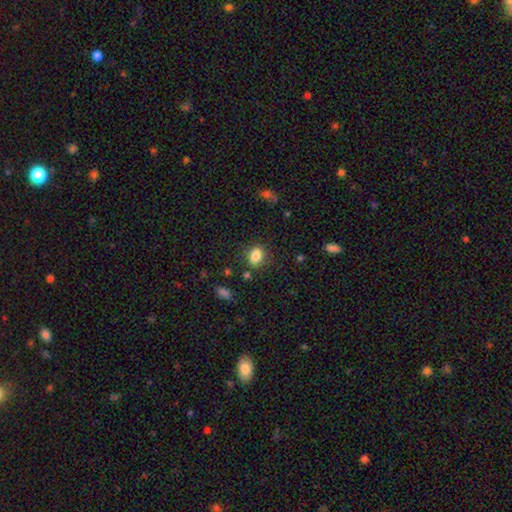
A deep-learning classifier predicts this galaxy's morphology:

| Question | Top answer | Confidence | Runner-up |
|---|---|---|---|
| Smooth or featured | smooth | 83% | star or artifact (10%) |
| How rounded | in between | 76% | round (22%) |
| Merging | none | 80% | minor disturbance (13%) |